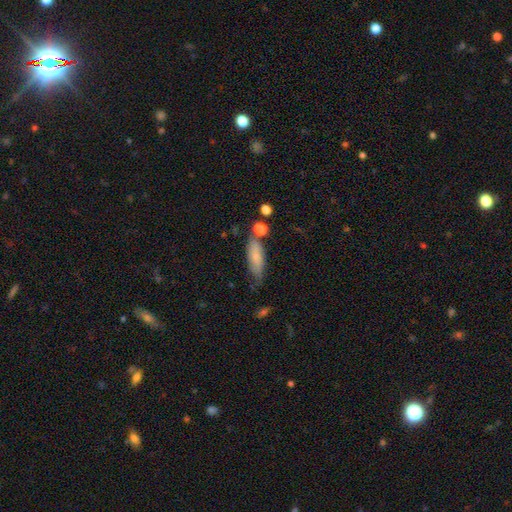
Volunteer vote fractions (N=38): This is likely a smooth galaxy (79%). How rounded: possibly in between (50%). Merging: possibly none (56%).